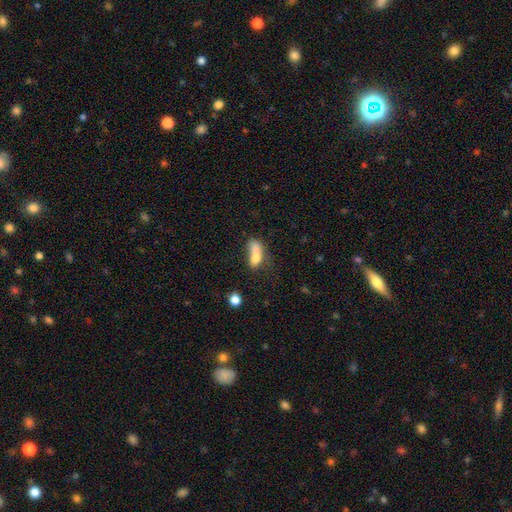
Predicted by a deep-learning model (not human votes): This is likely a smooth galaxy (69%). How rounded: likely in between (72%). Merging: likely merger (62%).